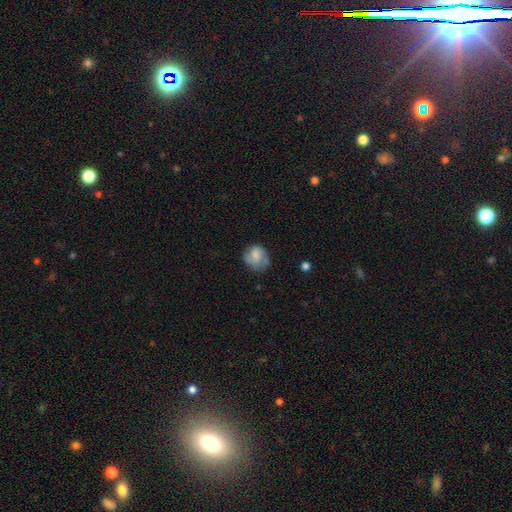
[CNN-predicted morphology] Smooth or featured? smooth (59%)
How rounded? round (69%)
Merging? none (57%)